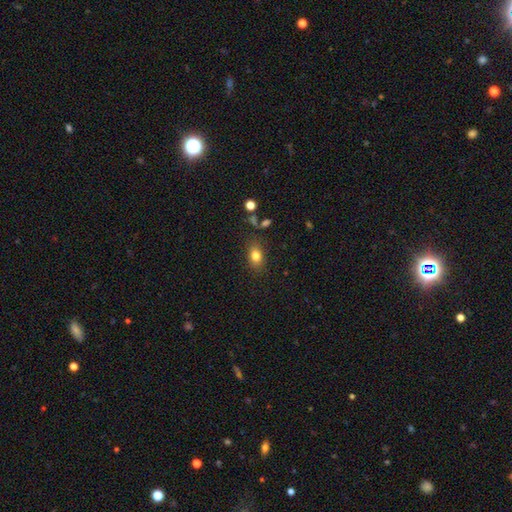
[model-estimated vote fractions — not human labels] Smooth or featured? Predicted: smooth (p=0.81). How rounded? Predicted: in between (p=0.79). Merging? Predicted: none (p=0.81).